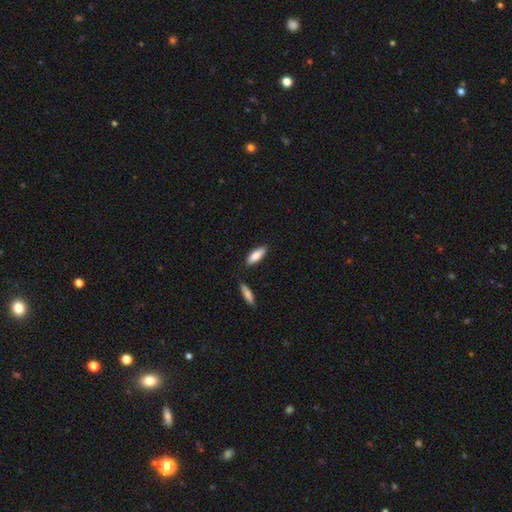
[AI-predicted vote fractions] smooth_or_featured: smooth (p=0.83) [alt: featured or disk p=0.12]
how_rounded: in between (p=0.64) [alt: cigar-shaped p=0.35]
merging: none (p=0.81) [alt: minor disturbance p=0.12]